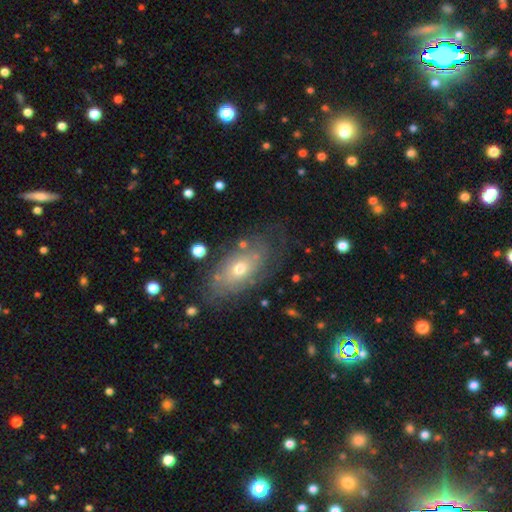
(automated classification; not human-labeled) featured or disk 52%, smooth 39%, star or artifact 9%. Down the decision tree: edge-on disk — no (85%); merging — none (70%).